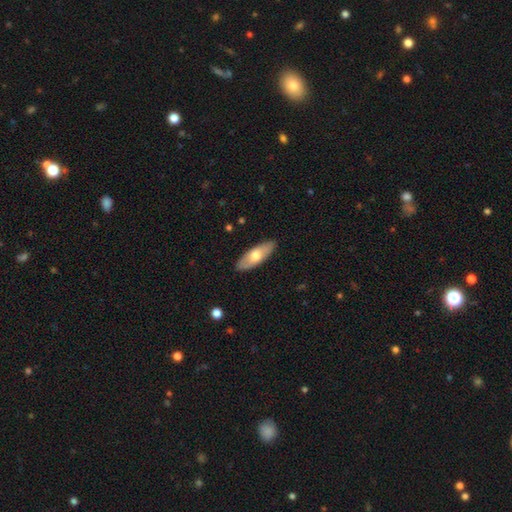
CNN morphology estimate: Smooth or featured? smooth (62%)
How rounded? in between (73%)
Merging? none (88%)